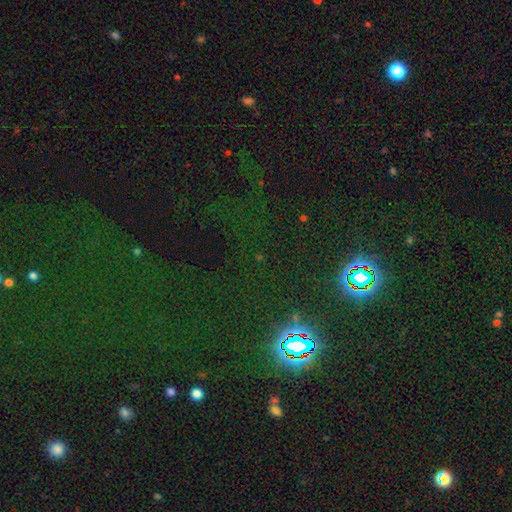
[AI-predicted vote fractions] smooth-or-featured: star or artifact: 78% | smooth: 14% | featured or disk: 8%